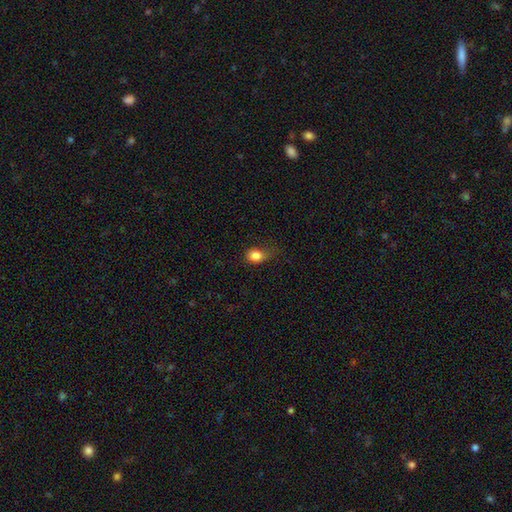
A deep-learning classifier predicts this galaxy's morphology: Smooth or featured? Predicted: smooth (p=0.83). How rounded? Predicted: in between (p=0.50). Merging? Predicted: none (p=0.55).